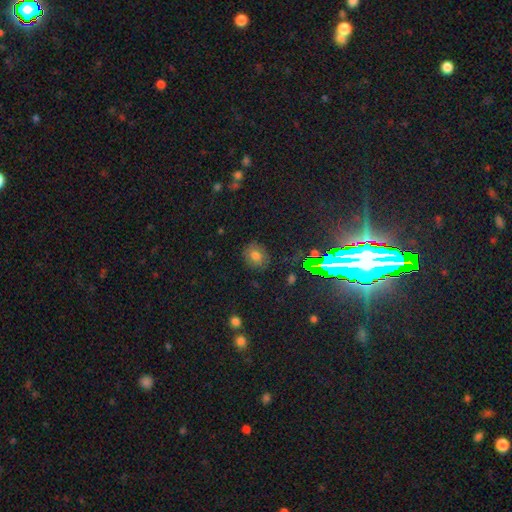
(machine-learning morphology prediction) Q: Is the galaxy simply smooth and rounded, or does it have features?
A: smooth — 70%.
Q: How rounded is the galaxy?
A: round — 72%.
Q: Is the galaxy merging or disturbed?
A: none — 84%.